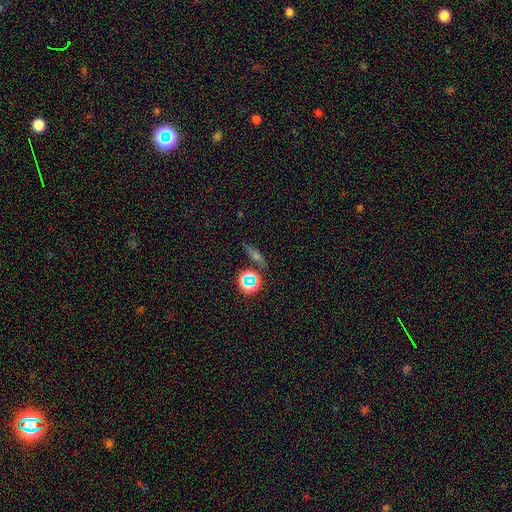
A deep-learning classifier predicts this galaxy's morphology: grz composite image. It shows a star or artifact, not a galaxy (37%, tied with smooth).